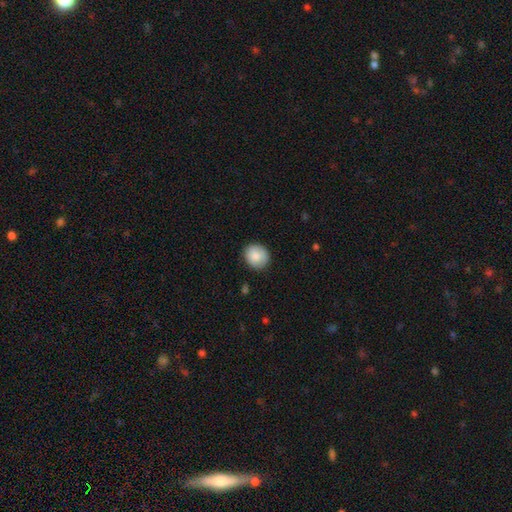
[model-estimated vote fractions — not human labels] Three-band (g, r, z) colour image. It shows a smooth galaxy with no disk features (84%) that is round (77%). Merging: none (85%).